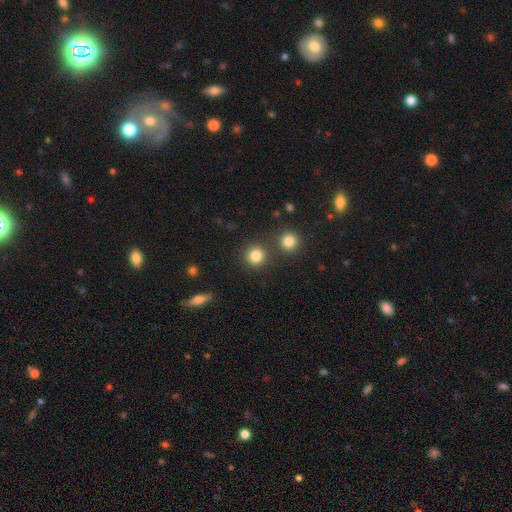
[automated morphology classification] Overall: smooth (84%). How rounded: round (92%). Merging: none (82%).